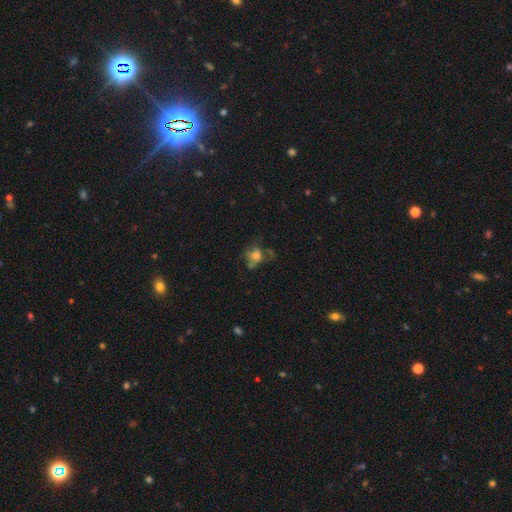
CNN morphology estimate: A smooth galaxy with no disk features (50%).

Vote fractions:
- Smooth or featured? smooth: 50% / featured or disk: 35% / star or artifact: 16%
- Merging? none: 37% / major disturbance: 33% / minor disturbance: 22% / merger: 8%